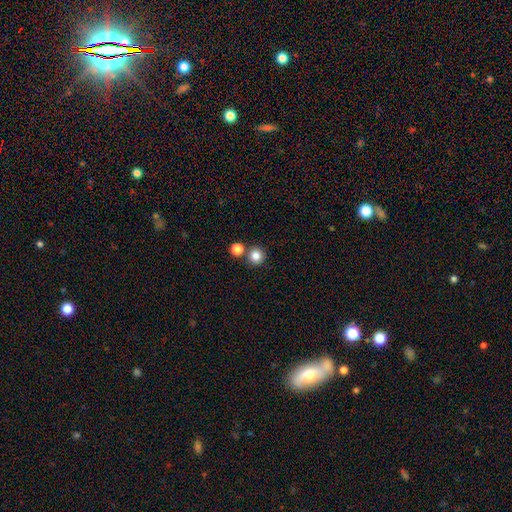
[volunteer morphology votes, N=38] This is clearly a smooth galaxy (89%). How rounded: clearly round (97%). Merging: likely none (67%).